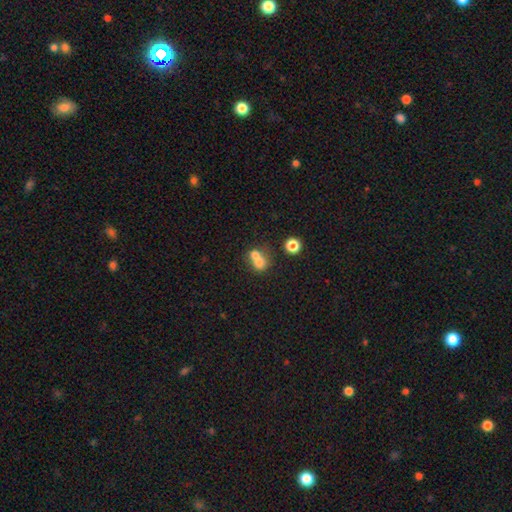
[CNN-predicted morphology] Smooth or featured: smooth — 70% (featured or disk — 18%)
How rounded: round — 59% (in between — 40%)
Merging: merger — 67% (none — 23%)